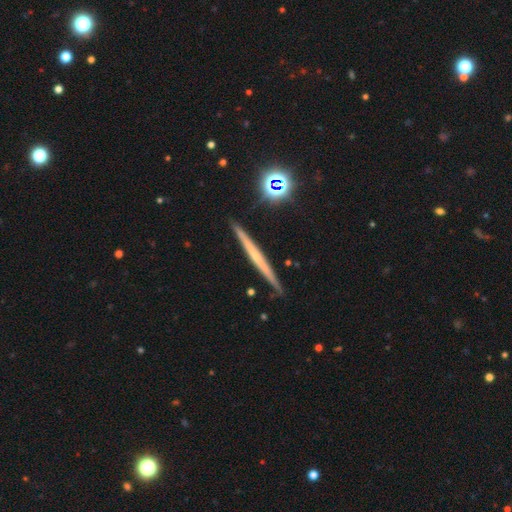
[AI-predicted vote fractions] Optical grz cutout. It shows a featured or disk galaxy (60%) viewed edge-on (97%) with no central bulge (71%). Merging: none (90%).